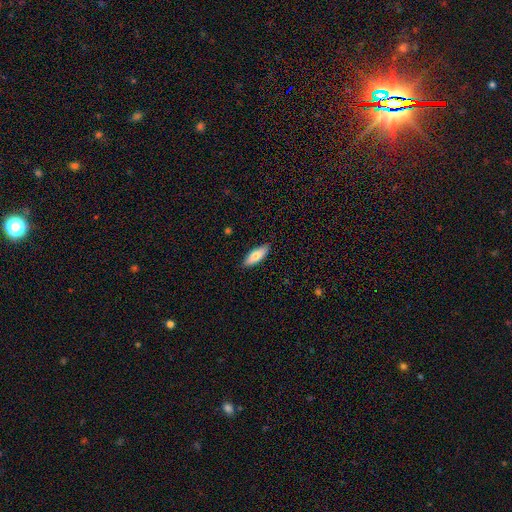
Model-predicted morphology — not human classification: Smooth or featured? Predicted: smooth (p=0.79). How rounded? Predicted: in between (p=0.65). Merging? Predicted: none (p=0.87).